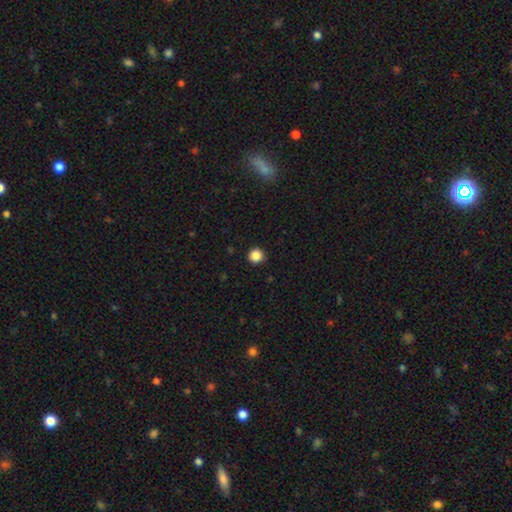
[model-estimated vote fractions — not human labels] Smooth or featured? Predicted: smooth (p=0.86). How rounded? Predicted: round (p=0.96). Merging? Predicted: none (p=0.93).